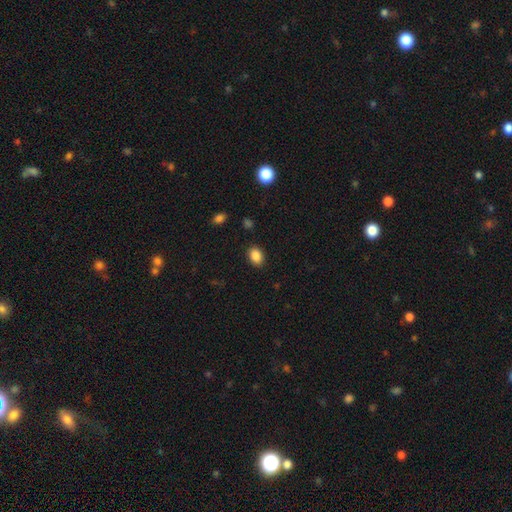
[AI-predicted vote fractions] Smooth or featured: smooth — 87% (star or artifact — 9%)
How rounded: in between — 72% (round — 27%)
Merging: none — 88% (minor disturbance — 8%)